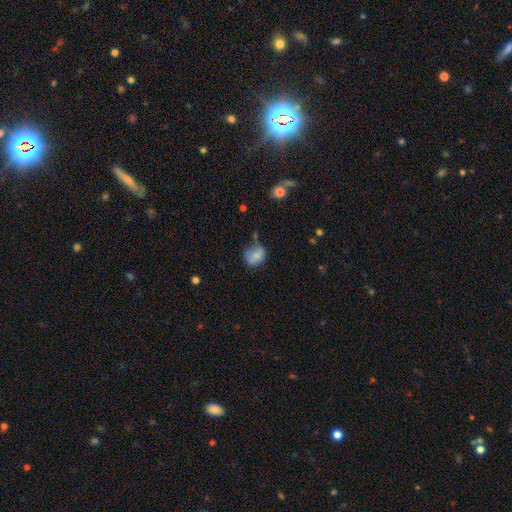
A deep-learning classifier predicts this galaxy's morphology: smooth-or-featured: smooth: 80% | featured or disk: 10% | star or artifact: 10%
  how-rounded: round: 55% | in between: 44% | cigar-shaped: 1%
  merging: none: 53% | minor disturbance: 31% | major disturbance: 10% | merger: 6%